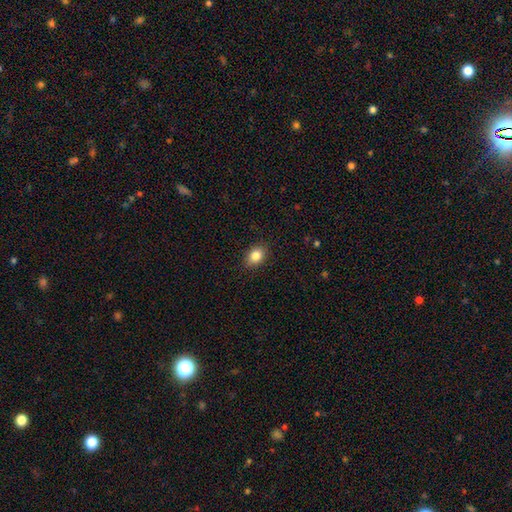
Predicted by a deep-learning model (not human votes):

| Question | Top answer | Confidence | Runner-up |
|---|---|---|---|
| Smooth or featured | smooth | 84% | star or artifact (9%) |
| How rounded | in between | 69% | round (30%) |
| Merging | none | 87% | minor disturbance (10%) |